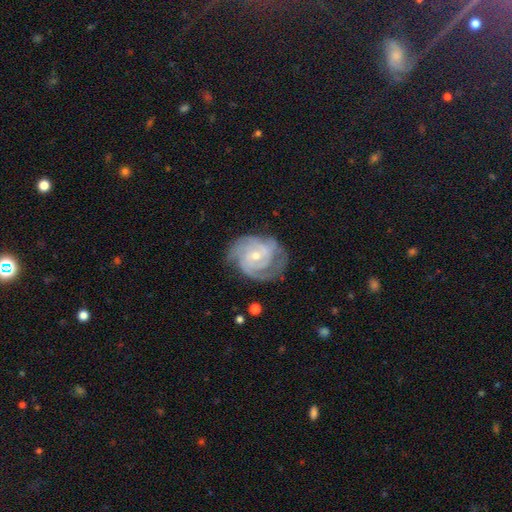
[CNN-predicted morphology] featured or disk 88%, smooth 6%, star or artifact 5%. Down the decision tree: edge-on disk — no (98%); bar — no (59%); spiral arms — yes (97%); spiral arm count — 3 (36%); spiral winding — tight (65%); bulge size — small (61%); merging — none (70%).